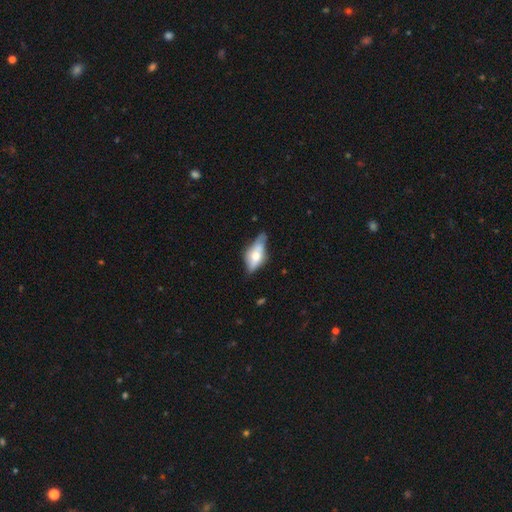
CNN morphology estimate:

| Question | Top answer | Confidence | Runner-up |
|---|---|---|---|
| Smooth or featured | smooth | 52% | featured or disk (41%) |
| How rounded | in between | 80% | cigar-shaped (17%) |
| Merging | none | 43% | minor disturbance (34%) |